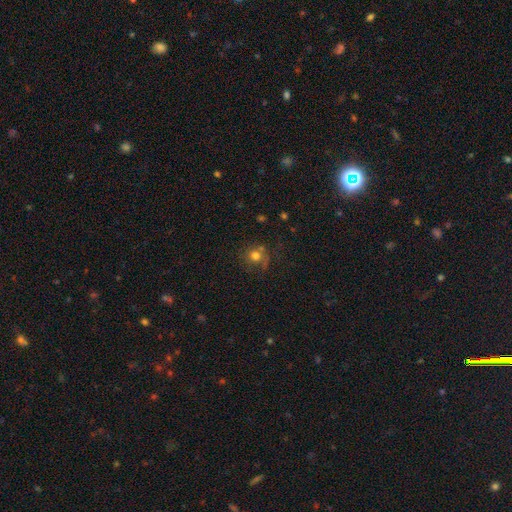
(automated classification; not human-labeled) Smooth or featured: smooth — 71% (star or artifact — 16%)
How rounded: round — 85% (in between — 14%)
Merging: none — 60% (minor disturbance — 18%)